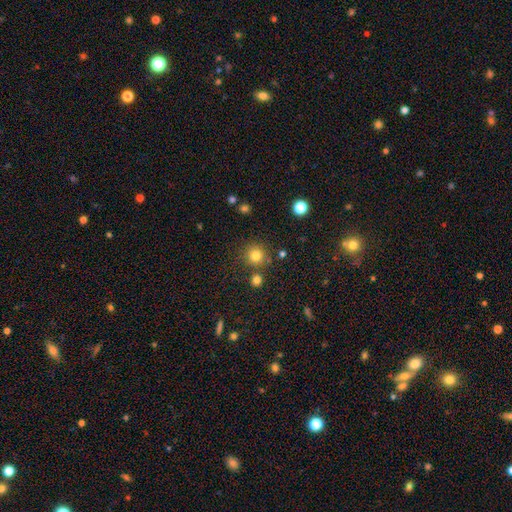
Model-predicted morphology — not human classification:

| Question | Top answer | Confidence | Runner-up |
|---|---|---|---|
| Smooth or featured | smooth | 80% | star or artifact (14%) |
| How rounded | round | 94% | in between (5%) |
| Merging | none | 81% | minor disturbance (8%) |